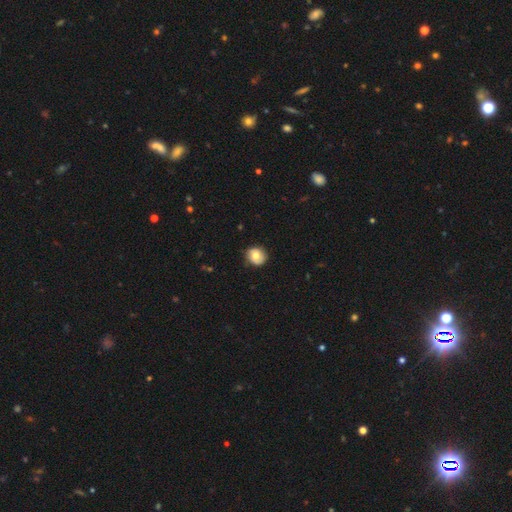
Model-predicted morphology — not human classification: Smooth or featured: smooth — 61% (featured or disk — 31%)
How rounded: round — 82% (in between — 17%)
Merging: none — 81% (minor disturbance — 15%)